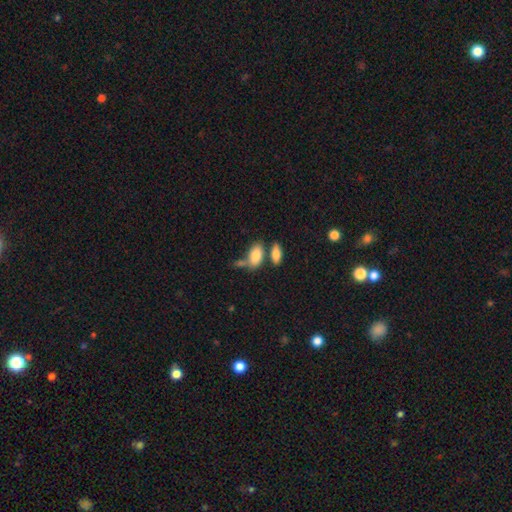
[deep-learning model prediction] The model was most divided on "merging": none: 45%, merger: 35%, minor disturbance: 14%, major disturbance: 6%. More confident: how rounded — in between (92%); smooth or featured — smooth (85%).